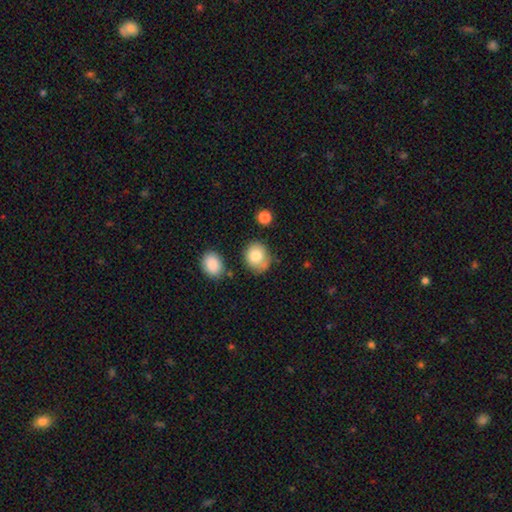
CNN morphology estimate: A smooth galaxy with no disk features (80%) that is round (69%). Merging: none (67%).